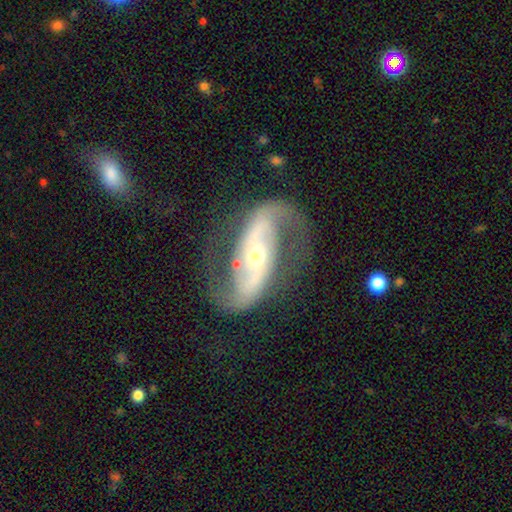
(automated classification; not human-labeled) smooth-or-featured: featured or disk: 91% | smooth: 4% | star or artifact: 4%
  disk-edge-on: no: 96% | yes: 4%
    bar: strong: 44% | weak: 28% | no: 28%
    has-spiral-arms: yes: 97% | no: 3%
      spiral-winding: loose: 47% | medium: 42% | tight: 11%
      spiral-arm-count: 2: 94% | can't tell: 2% | 1: 2% | 3: 1% | 4: 1% | more than 4: 1%
    bulge-size: moderate: 57% | small: 37% | large: 4% | dominant: 1% | none: 1%
  merging: none: 76% | minor disturbance: 13% | major disturbance: 9% | merger: 2%